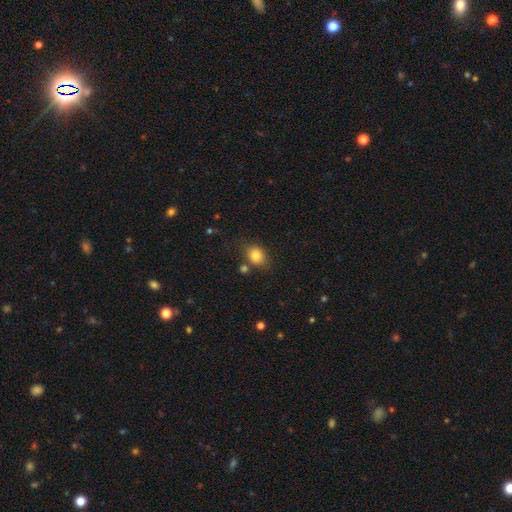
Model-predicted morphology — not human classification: type=smooth (82%); roundness=round (52%); merging=none (73%).